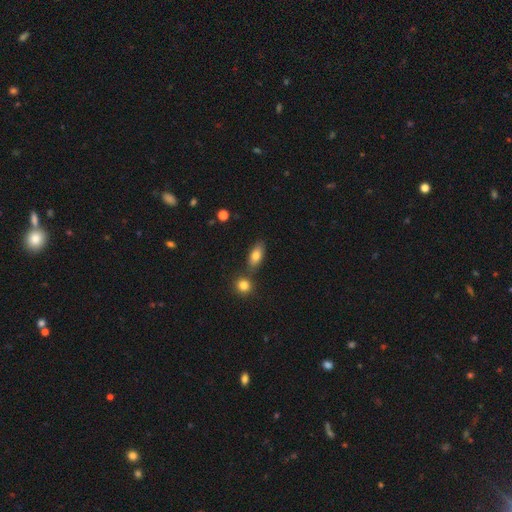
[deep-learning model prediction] Smooth or featured? Predicted: smooth (p=0.77). How rounded? Predicted: in between (p=0.81). Merging? Predicted: none (p=0.70).